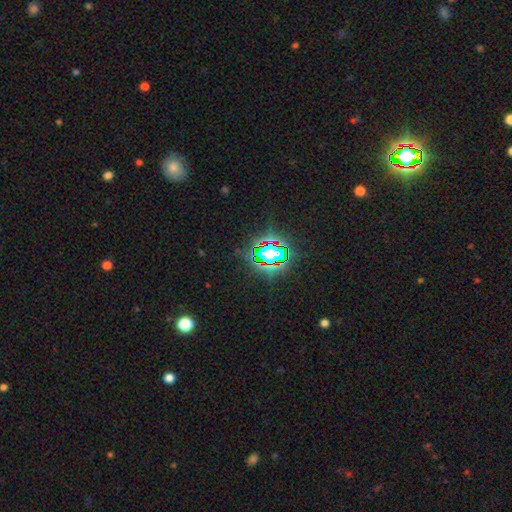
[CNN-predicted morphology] A star or artifact, not a galaxy (81%).